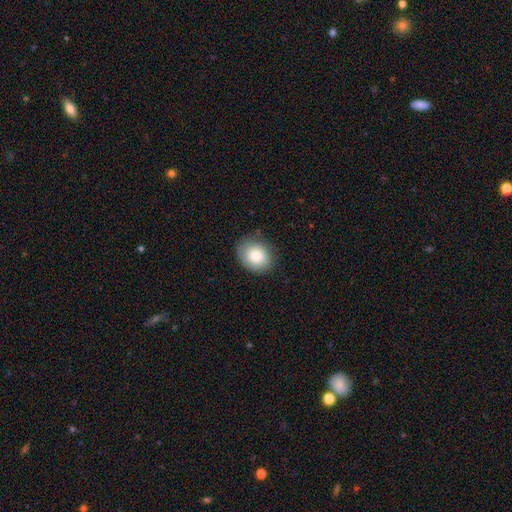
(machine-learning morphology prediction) smooth 81%, featured or disk 11%, star or artifact 8%. Down the decision tree: how rounded — round (55%); merging — none (83%).